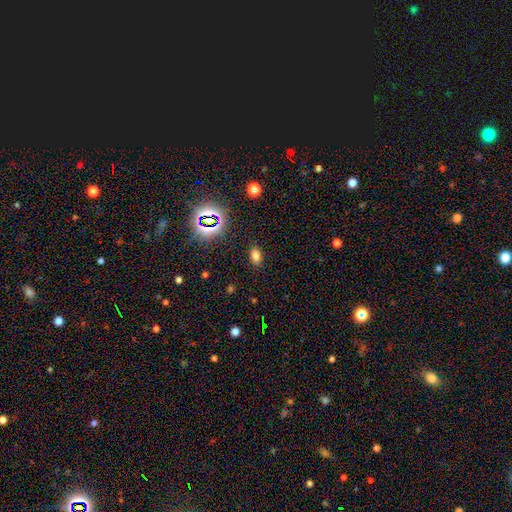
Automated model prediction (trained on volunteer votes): Smooth or featured? Predicted: smooth (p=0.73). How rounded? Predicted: in between (p=0.88). Merging? Predicted: none (p=0.88).